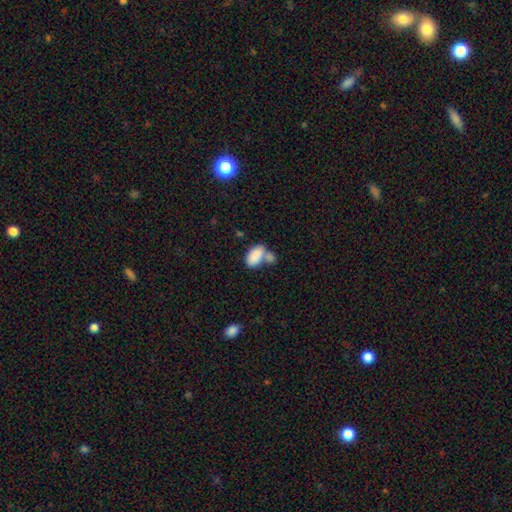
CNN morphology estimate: Smooth or featured: smooth — 84% (featured or disk — 9%)
How rounded: in between — 94% (round — 5%)
Merging: merger — 51% (none — 31%)